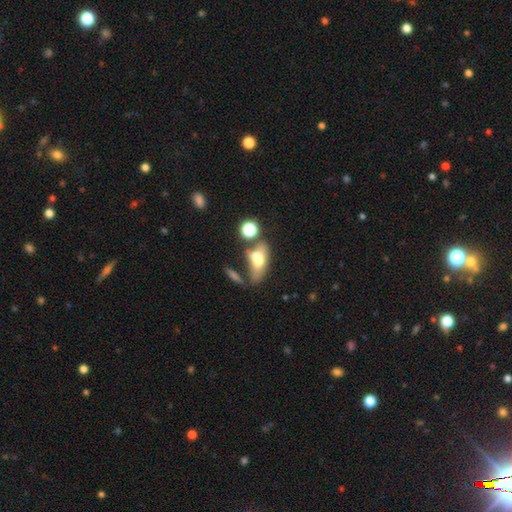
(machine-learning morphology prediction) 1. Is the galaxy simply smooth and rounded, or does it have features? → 60% smooth, 30% featured or disk, 10% star or artifact.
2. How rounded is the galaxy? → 77% in between, 15% cigar-shaped, 9% round.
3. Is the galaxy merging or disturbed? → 39% none, 29% merger, 18% minor disturbance, 14% major disturbance.